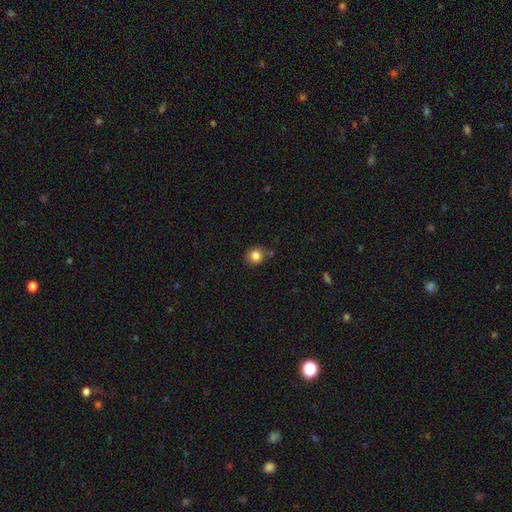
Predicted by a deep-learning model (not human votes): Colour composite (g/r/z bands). It shows a smooth galaxy with no disk features (84%) that is round (82%). Merging: none (75%).